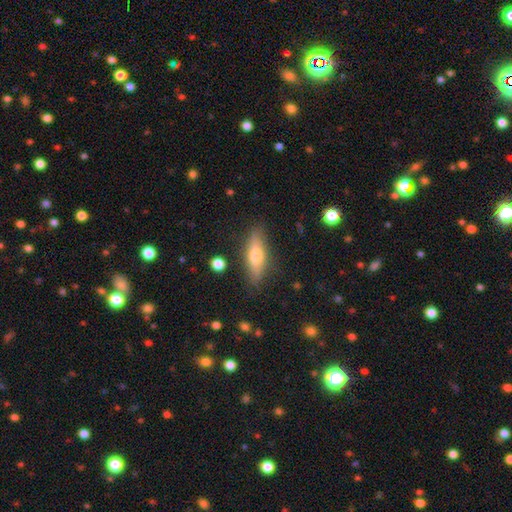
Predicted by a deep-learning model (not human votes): Smooth or featured? Predicted: smooth (p=0.53). How rounded? Predicted: cigar-shaped (p=0.59). Merging? Predicted: none (p=0.86).